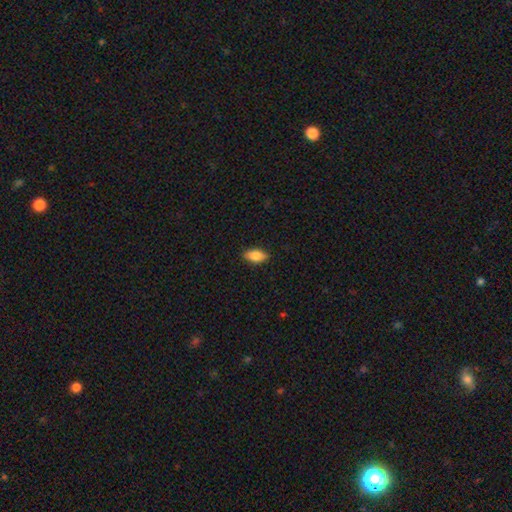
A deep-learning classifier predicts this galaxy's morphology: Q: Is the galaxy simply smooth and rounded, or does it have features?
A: smooth — 85%.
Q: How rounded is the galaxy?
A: in between — 90%.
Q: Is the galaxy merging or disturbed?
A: none — 88%.